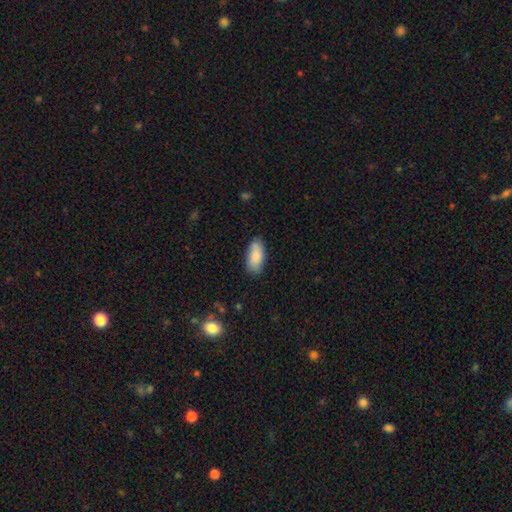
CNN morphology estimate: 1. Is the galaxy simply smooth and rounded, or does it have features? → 87% smooth, 7% featured or disk, 6% star or artifact.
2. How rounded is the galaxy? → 89% in between, 9% cigar-shaped, 2% round.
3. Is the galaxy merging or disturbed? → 84% none, 13% minor disturbance, 2% major disturbance, 1% merger.